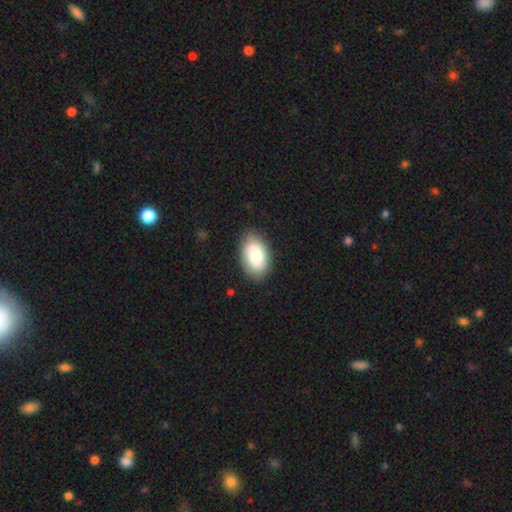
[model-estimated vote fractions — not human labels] Smooth or featured? Predicted: smooth (p=0.80). How rounded? Predicted: in between (p=0.92). Merging? Predicted: none (p=0.84).